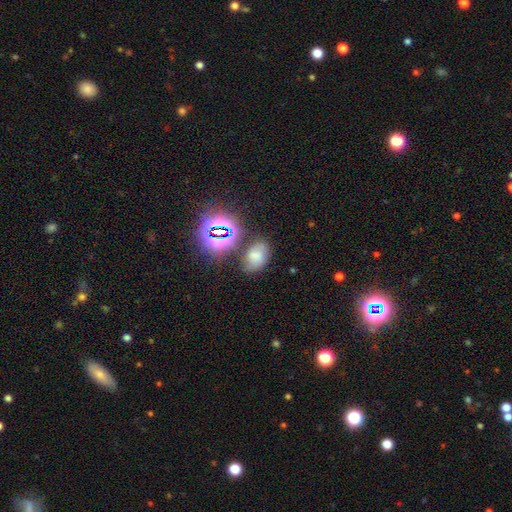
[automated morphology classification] A smooth galaxy with no disk features (54%) that is in between round and cigar-shaped (83%).

Vote fractions:
- Smooth or featured? smooth: 54% / star or artifact: 26% / featured or disk: 20%
- How rounded? in between: 83% / round: 15% / cigar-shaped: 1%
- Merging? none: 64% / minor disturbance: 20% / merger: 8% / major disturbance: 7%